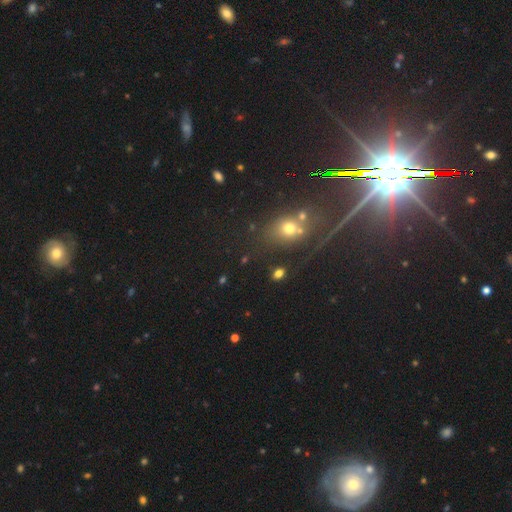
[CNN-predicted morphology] Overall: star or artifact (62%).